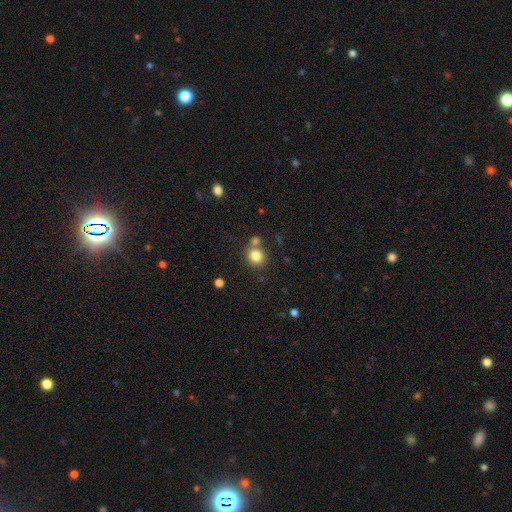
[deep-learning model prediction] Overall: smooth (82%). How rounded: round (79%). Merging: none (67%).